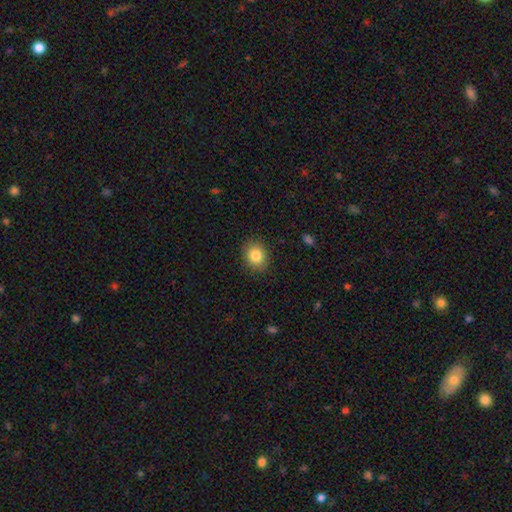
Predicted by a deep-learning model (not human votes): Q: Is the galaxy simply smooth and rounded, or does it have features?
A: smooth — 84%.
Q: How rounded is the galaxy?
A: round — 61%.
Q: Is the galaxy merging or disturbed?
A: none — 89%.